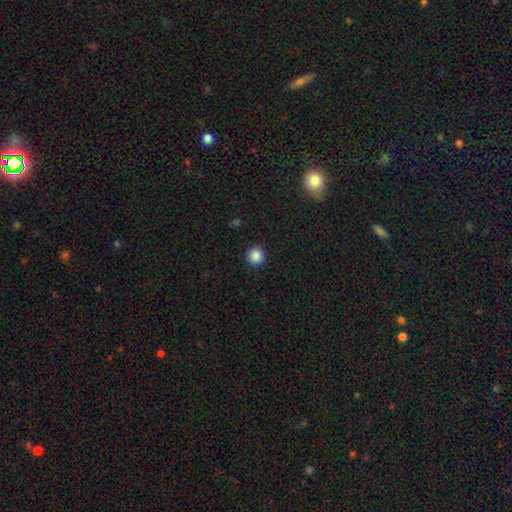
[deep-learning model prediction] smooth_or_featured: smooth (p=0.87) [alt: star or artifact p=0.10]
how_rounded: round (p=0.95) [alt: in between p=0.04]
merging: none (p=0.92) [alt: minor disturbance p=0.05]